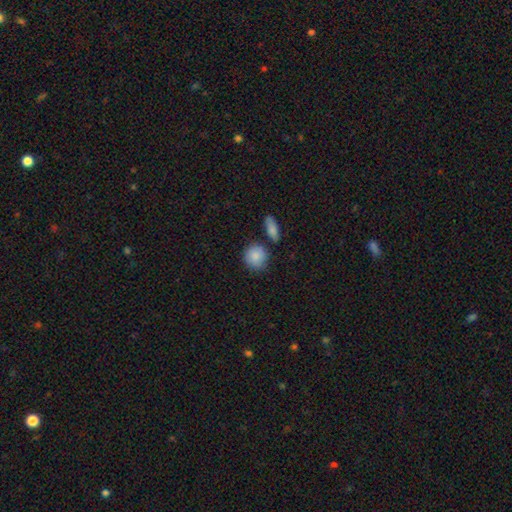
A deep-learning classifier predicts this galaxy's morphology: A smooth galaxy with no disk features (87%) that is round (84%). Merging: none (75%).